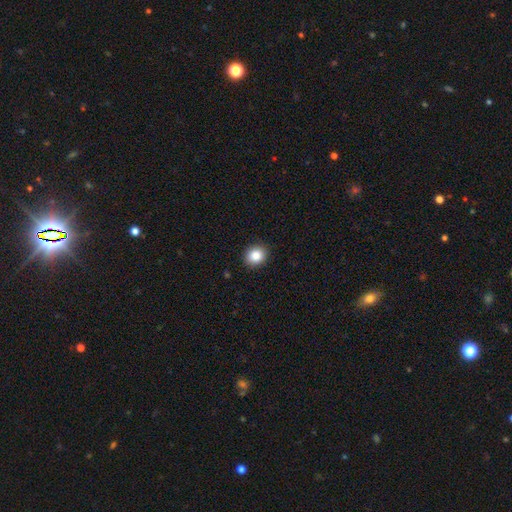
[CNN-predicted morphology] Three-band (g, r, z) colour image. It shows a smooth galaxy with no disk features (87%) that is round (71%). Merging: none (90%).